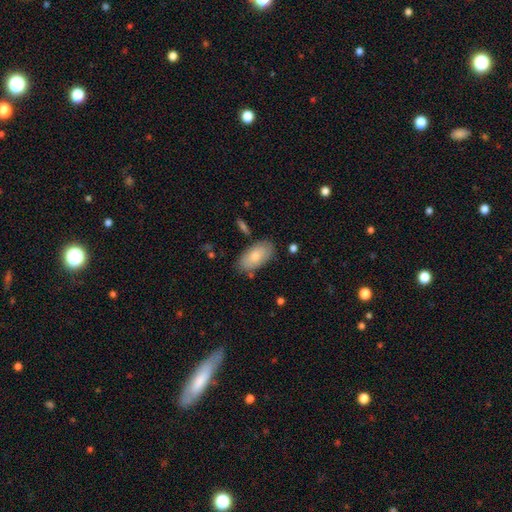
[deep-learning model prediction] A smooth galaxy with no disk features (76%) that is in between round and cigar-shaped (94%). Merging: none (80%).